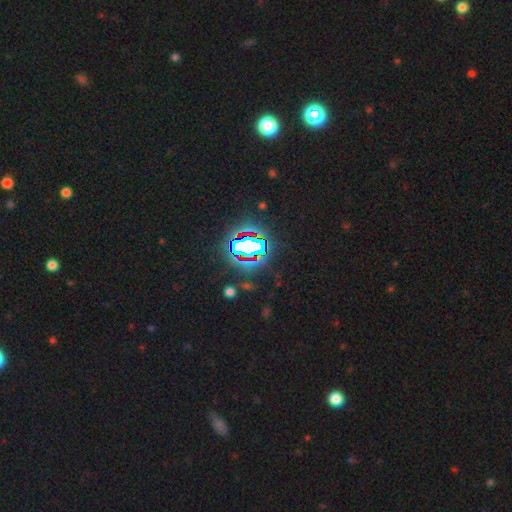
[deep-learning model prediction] star or artifact 72%, smooth 16%, featured or disk 12%.